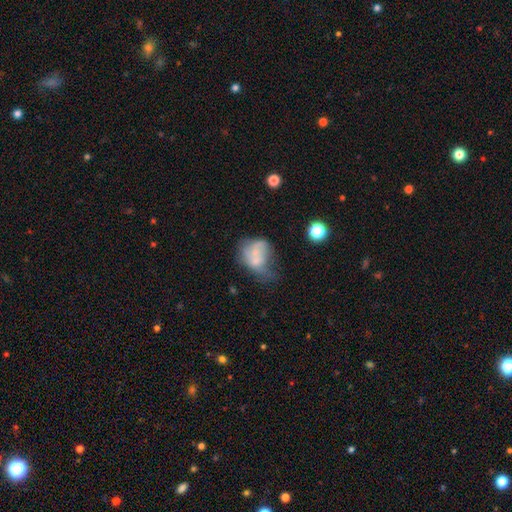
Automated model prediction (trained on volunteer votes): Overall: smooth (52%; featured or disk 37%). How rounded: in between (58%; round 40%). Merging: major disturbance (29%; merger 27%).